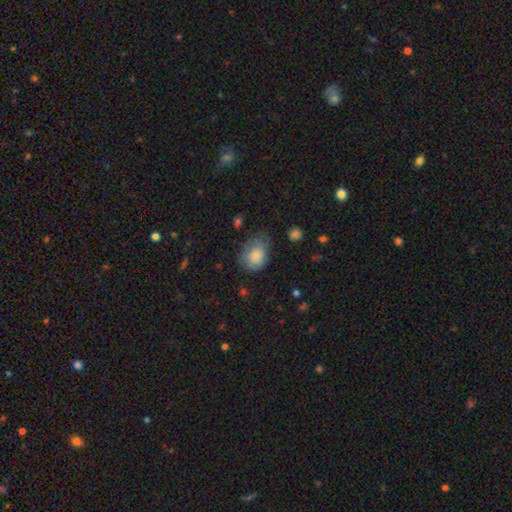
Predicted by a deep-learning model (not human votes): smooth-or-featured: smooth: 79% | featured or disk: 13% | star or artifact: 8%
  how-rounded: in between: 54% | round: 45% | cigar-shaped: 1%
  merging: none: 48% | minor disturbance: 34% | major disturbance: 16% | merger: 2%